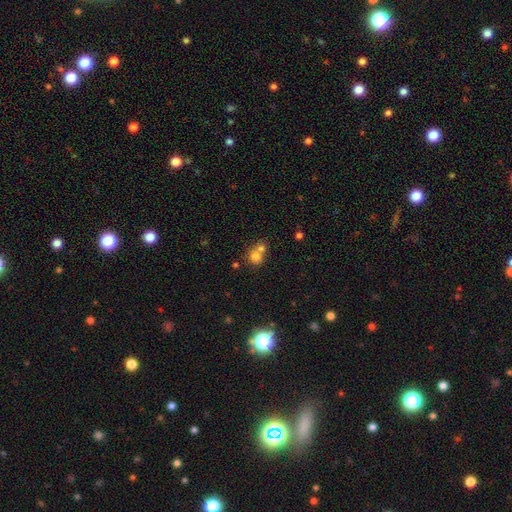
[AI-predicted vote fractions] Q: Smooth or featured?
A: smooth (74%); runner-up: star or artifact (14%)
Q: How rounded?
A: round (82%); runner-up: in between (17%)
Q: Merging?
A: merger (54%); runner-up: none (37%)